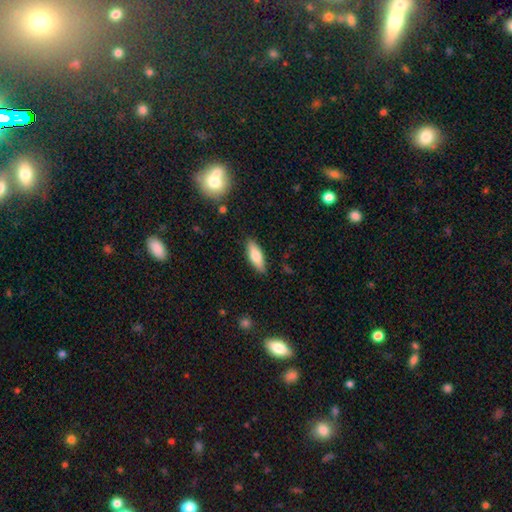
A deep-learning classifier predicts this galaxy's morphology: The model was most divided on "how rounded": in between: 64%, cigar-shaped: 34%, round: 2%. More confident: merging — none (86%); smooth or featured — smooth (75%).